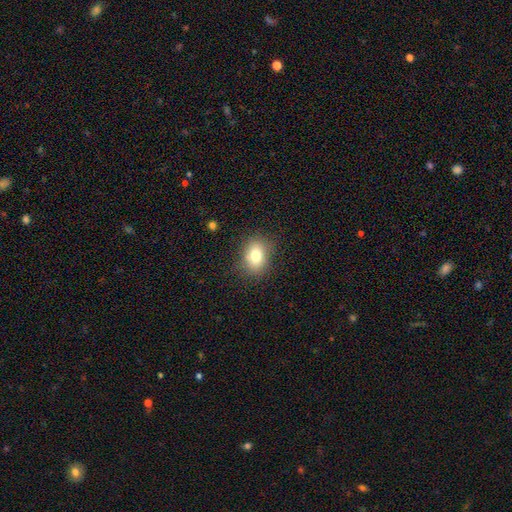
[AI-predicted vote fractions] Overall: smooth (78%). How rounded: in between (64%; round 34%). Merging: none (81%).